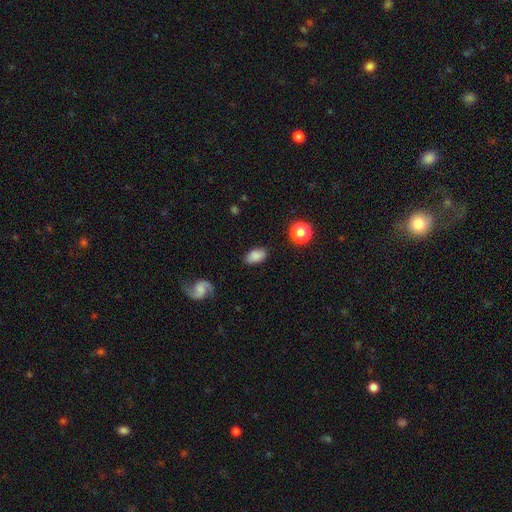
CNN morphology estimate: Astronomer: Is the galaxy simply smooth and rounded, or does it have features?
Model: smooth — 79%.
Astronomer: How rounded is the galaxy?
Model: in between — 90%.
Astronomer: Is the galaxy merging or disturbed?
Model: none — 81%.